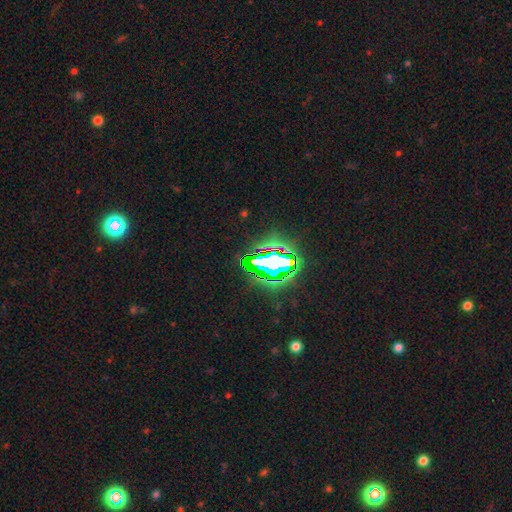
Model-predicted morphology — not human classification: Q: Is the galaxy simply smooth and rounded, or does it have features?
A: star or artifact — 82%.